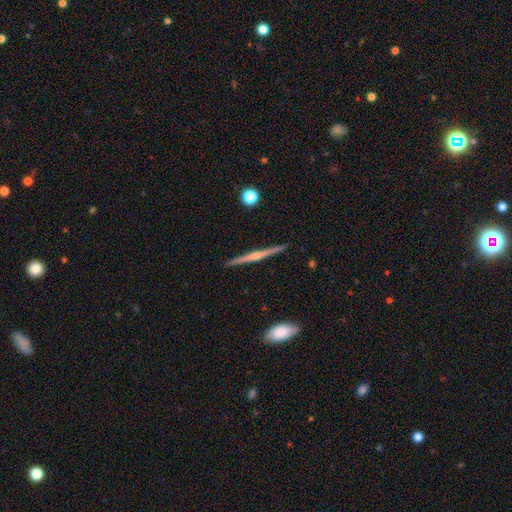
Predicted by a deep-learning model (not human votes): Smooth or featured? featured or disk (73%)
Edge-on disk? yes (98%)
Edge-on bulge? rounded (67%)
Merging? none (91%)